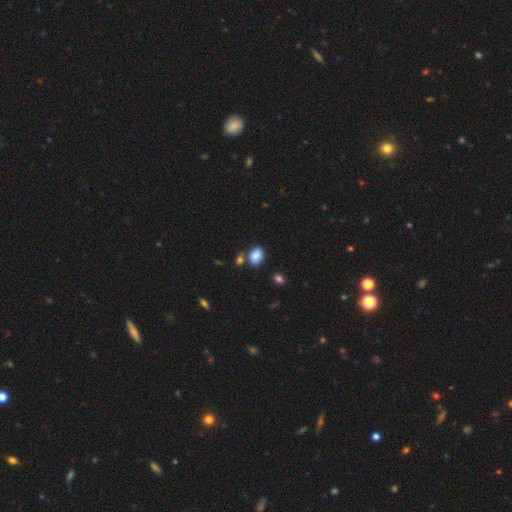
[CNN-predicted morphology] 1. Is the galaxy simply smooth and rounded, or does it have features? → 85% smooth, 9% star or artifact, 5% featured or disk.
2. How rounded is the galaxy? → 63% in between, 36% round, 1% cigar-shaped.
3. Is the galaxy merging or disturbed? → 64% none, 16% minor disturbance, 15% merger, 5% major disturbance.